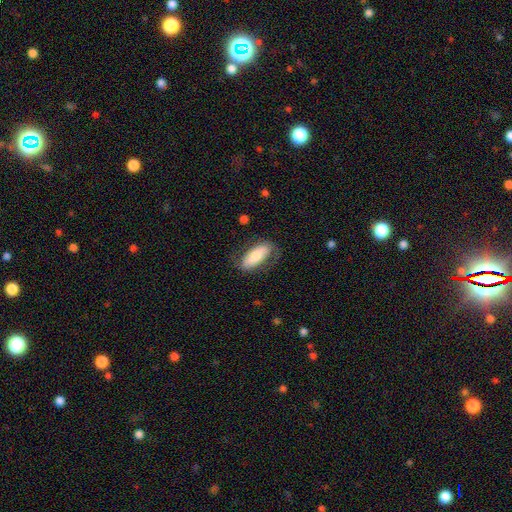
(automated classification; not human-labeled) smooth 68%, featured or disk 26%, star or artifact 6%. Down the decision tree: how rounded — in between (77%); merging — none (68%).